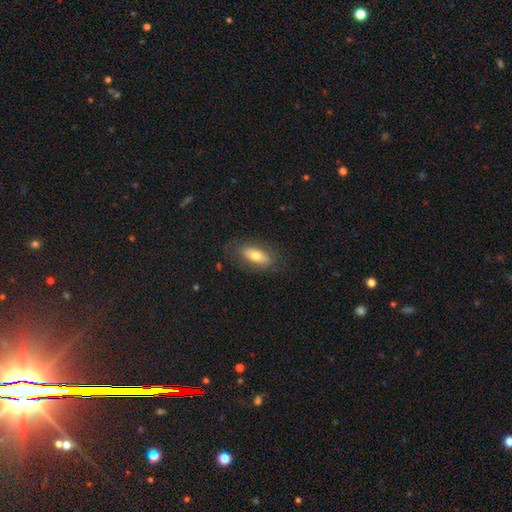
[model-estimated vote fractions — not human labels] Overall: smooth (65%; featured or disk 28%). How rounded: in between (79%). Merging: none (78%).